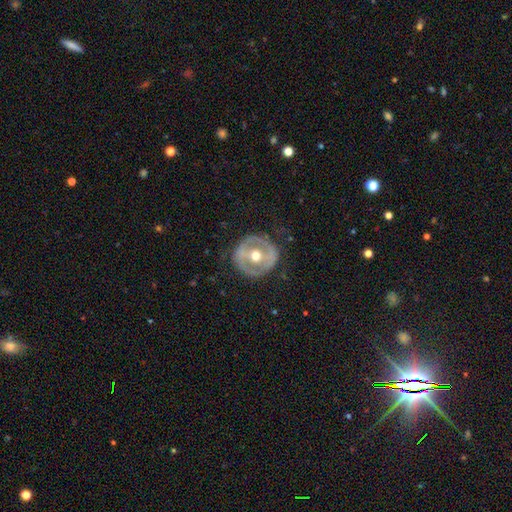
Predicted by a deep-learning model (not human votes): Smooth or featured: featured or disk — 70% (smooth — 24%)
Edge-on disk: no — 93% (yes — 7%)
Bar: no — 42% (weak — 30%)
Spiral arms: no — 73% (yes — 27%)
Bulge size: moderate — 80% (small — 11%)
Merging: none — 81% (minor disturbance — 12%)